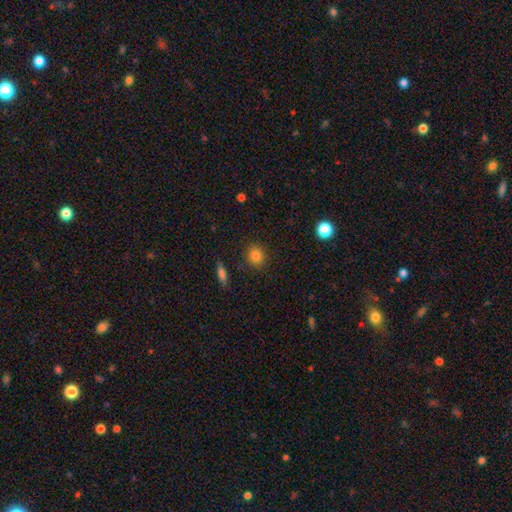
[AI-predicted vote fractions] Smooth or featured?
  - smooth: 83% *
  - star or artifact: 11%
  - featured or disk: 7%
How rounded?
  - round: 77% *
  - in between: 22%
  - cigar-shaped: 1%
Merging?
  - none: 88% *
  - minor disturbance: 8%
  - major disturbance: 2%
  - merger: 2%